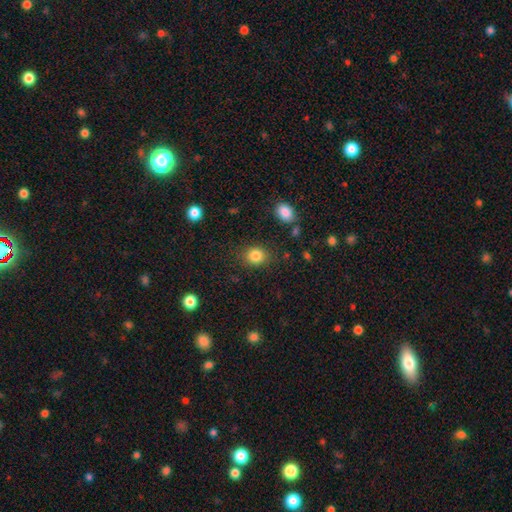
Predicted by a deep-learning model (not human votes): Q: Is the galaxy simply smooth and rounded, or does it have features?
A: smooth — 85%.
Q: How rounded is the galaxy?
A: round — 69%.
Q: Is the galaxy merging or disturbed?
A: none — 85%.